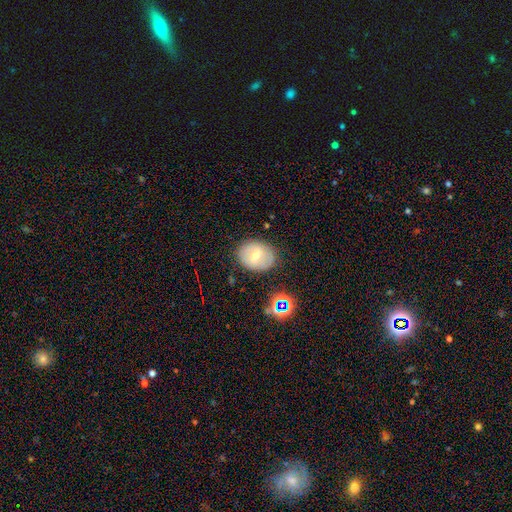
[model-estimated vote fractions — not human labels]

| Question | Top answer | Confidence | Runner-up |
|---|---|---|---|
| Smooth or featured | smooth | 54% | featured or disk (35%) |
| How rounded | in between | 54% | round (45%) |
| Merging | none | 79% | minor disturbance (14%) |